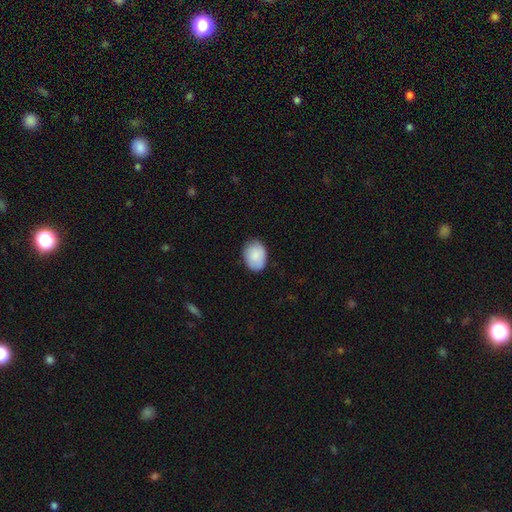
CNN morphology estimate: A smooth galaxy with no disk features (86%) that is in between round and cigar-shaped (73%).

Vote fractions:
- Smooth or featured? smooth: 86% / featured or disk: 8% / star or artifact: 6%
- How rounded? in between: 73% / round: 26% / cigar-shaped: 1%
- Merging? none: 78% / minor disturbance: 18% / major disturbance: 3% / merger: 1%